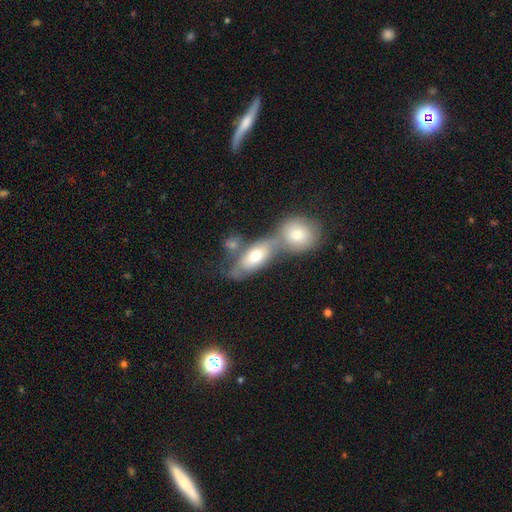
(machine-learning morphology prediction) smooth 66%, featured or disk 26%, star or artifact 7%. Down the decision tree: how rounded — in between (78%); merging — merger (56%).